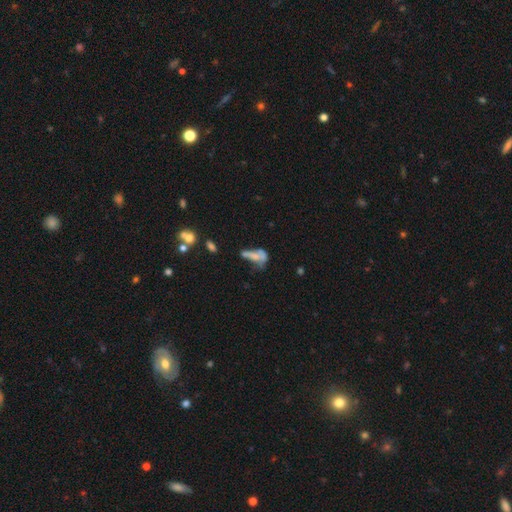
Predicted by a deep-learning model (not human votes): The model was most divided on "merging": merger: 34%, major disturbance: 29%, none: 21%, minor disturbance: 16%. Remaining: smooth or featured — smooth (47%).